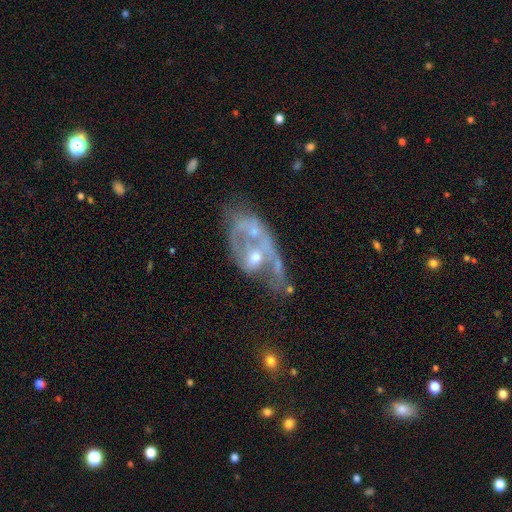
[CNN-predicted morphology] Overall: featured or disk (72%). Edge-on disk: no (94%). Bar: no (75%). Spiral arms: no (50%, tied with yes). Bulge size: moderate (49%; small 38%). Merging: major disturbance (32%; merger 27%).